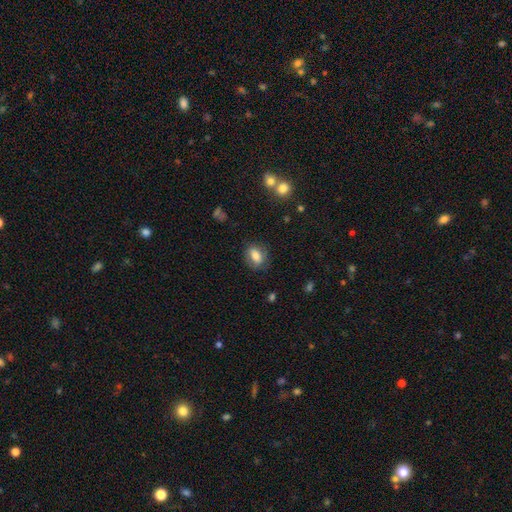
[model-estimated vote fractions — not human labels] The model was most divided on "how rounded": in between: 72%, round: 25%, cigar-shaped: 3%. More confident: merging — none (76%); smooth or featured — smooth (71%).